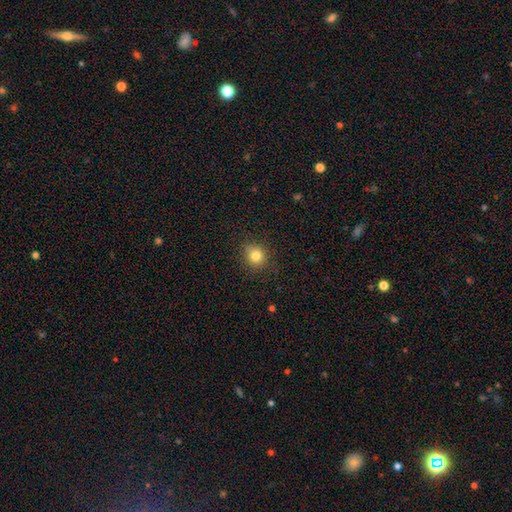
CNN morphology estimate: smooth_or_featured: smooth (p=0.81) [alt: star or artifact p=0.12]
how_rounded: round (p=0.83) [alt: in between p=0.16]
merging: none (p=0.85) [alt: minor disturbance p=0.11]